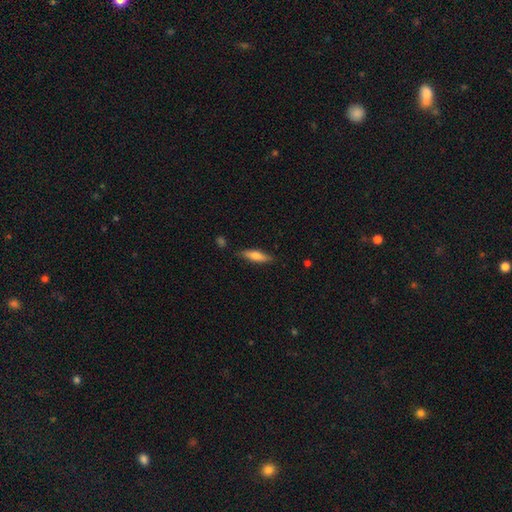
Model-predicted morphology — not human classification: smooth_or_featured: smooth (p=0.65) [alt: featured or disk p=0.28]
how_rounded: cigar-shaped (p=0.61) [alt: in between p=0.37]
merging: none (p=0.83) [alt: minor disturbance p=0.13]